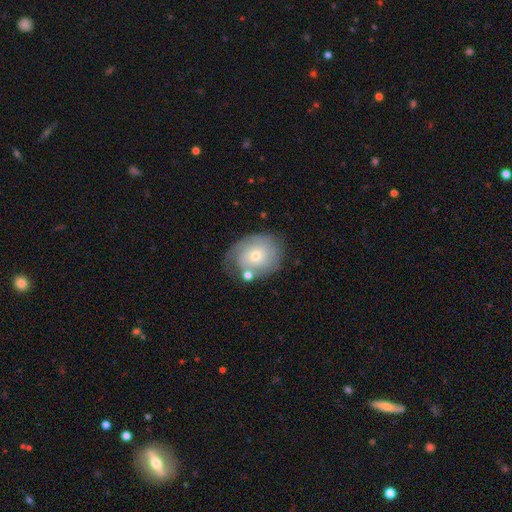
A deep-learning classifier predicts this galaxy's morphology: Q: Smooth or featured?
A: featured or disk (50%); runner-up: smooth (42%)
Q: Merging?
A: none (60%); runner-up: minor disturbance (22%)